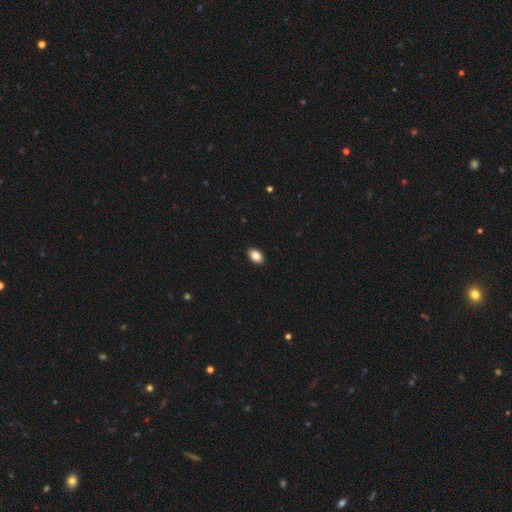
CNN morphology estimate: This appears to be a smooth galaxy with no disk features (86%) that is in between round and cigar-shaped (90%). Merging: none (90%).